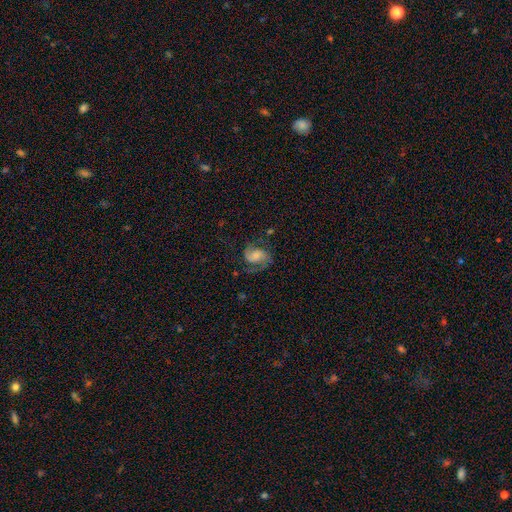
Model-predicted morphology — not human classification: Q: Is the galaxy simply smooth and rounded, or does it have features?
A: featured or disk — 81%.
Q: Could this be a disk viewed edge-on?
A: no — 98%.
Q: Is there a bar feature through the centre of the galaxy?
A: no — 58%.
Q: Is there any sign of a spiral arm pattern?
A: yes — 96%.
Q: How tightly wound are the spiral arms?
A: medium — 54%.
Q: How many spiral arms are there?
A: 2 — 88%.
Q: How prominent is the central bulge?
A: small — 30%.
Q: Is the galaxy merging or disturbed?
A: none — 67%.